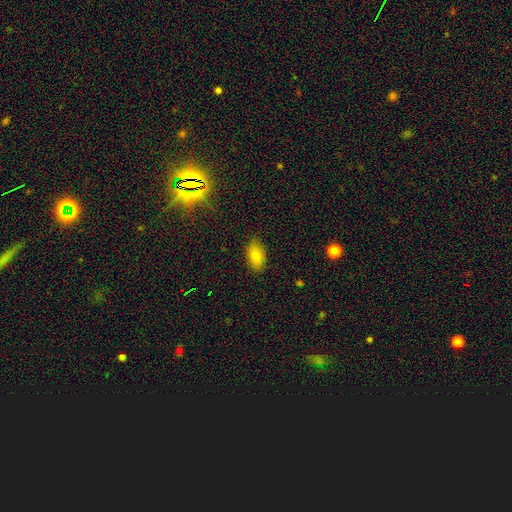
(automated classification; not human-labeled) smooth 80%, featured or disk 11%, star or artifact 9%. Down the decision tree: how rounded — in between (91%); merging — none (85%).